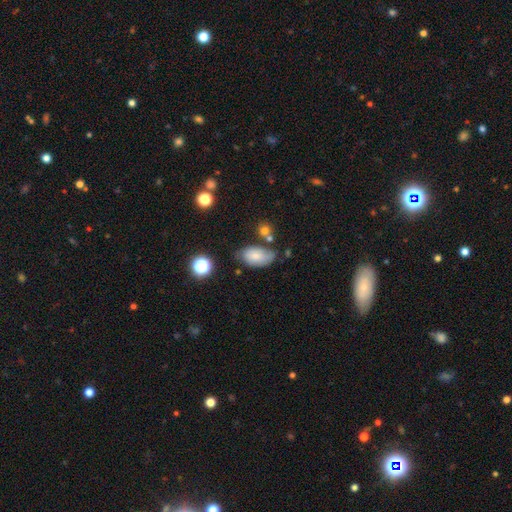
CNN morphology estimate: This appears to be a smooth galaxy with no disk features (71%) that is in between round and cigar-shaped (92%). Merging: none (56%).